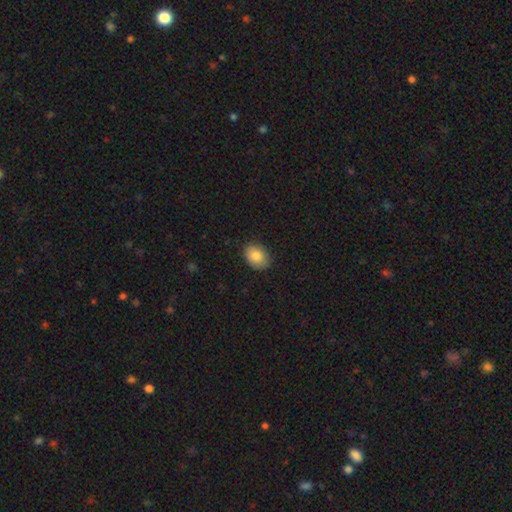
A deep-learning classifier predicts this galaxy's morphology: Q: Smooth or featured?
A: smooth (85%); runner-up: featured or disk (7%)
Q: How rounded?
A: in between (76%); runner-up: round (23%)
Q: Merging?
A: none (86%); runner-up: minor disturbance (11%)